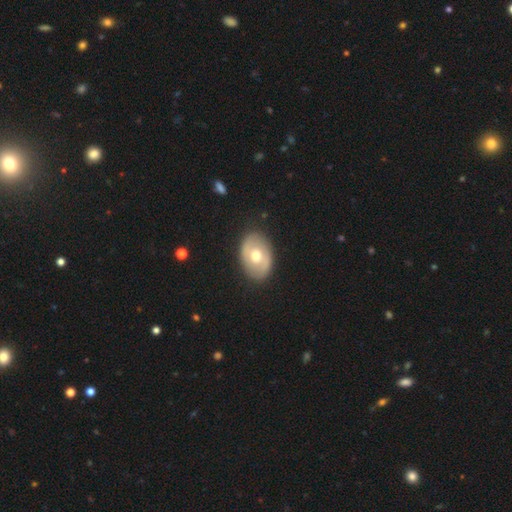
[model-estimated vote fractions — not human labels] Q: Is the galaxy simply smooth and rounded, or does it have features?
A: smooth — 50%.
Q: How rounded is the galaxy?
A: in between — 81%.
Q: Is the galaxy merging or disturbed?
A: none — 86%.